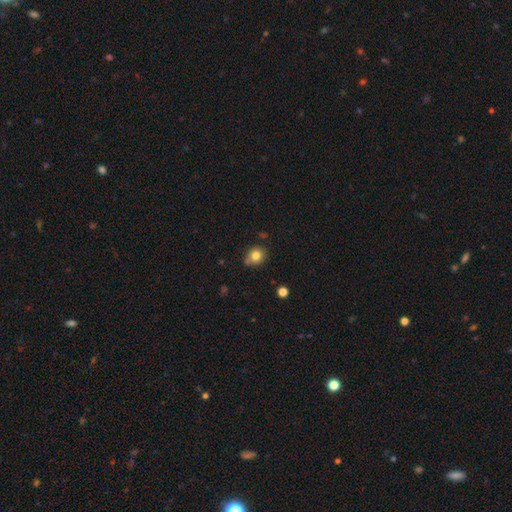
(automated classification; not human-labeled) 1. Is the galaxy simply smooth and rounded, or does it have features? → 80% smooth, 11% star or artifact, 8% featured or disk.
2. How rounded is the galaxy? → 76% round, 23% in between, 1% cigar-shaped.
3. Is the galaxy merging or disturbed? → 71% none, 16% minor disturbance, 9% merger, 4% major disturbance.